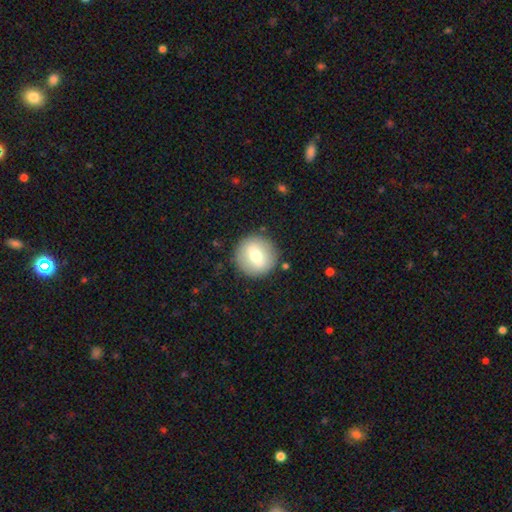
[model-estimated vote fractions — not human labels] The model was most divided on "smooth or featured": smooth: 66%, featured or disk: 26%, star or artifact: 8%. More confident: how rounded — round (94%); merging — none (88%).